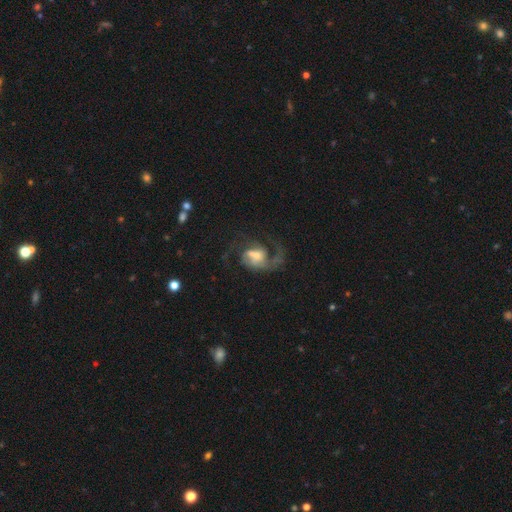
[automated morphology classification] Overall: featured or disk (79%). Edge-on disk: no (98%). Bar: no (49%; weak 40%). Spiral arms: yes (92%). Spiral arm count: 2 (54%; 1 26%). Spiral winding: medium (44%; loose 42%). Bulge size: moderate (34%; small 26%). Merging: none (42%; major disturbance 37%).